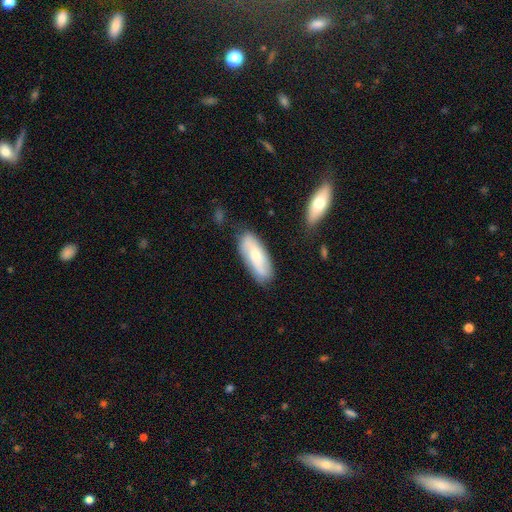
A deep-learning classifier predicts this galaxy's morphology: This is possibly a smooth galaxy (52%). How rounded: likely in between (75%). Merging: likely none (76%).